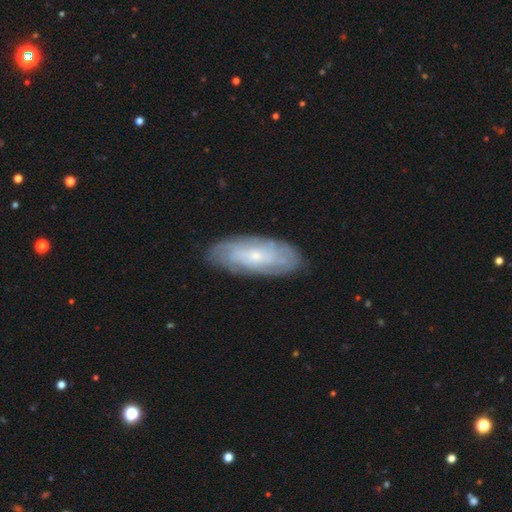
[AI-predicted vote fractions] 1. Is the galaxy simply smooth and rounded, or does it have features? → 63% featured or disk, 30% smooth, 6% star or artifact.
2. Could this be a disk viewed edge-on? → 87% no, 13% yes.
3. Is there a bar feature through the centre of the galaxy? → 72% no, 23% weak, 5% strong.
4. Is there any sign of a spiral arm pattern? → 82% yes, 18% no.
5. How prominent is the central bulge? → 71% small, 25% moderate, 2% none, 2% large, 1% dominant.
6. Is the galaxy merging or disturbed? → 83% none, 13% minor disturbance, 3% major disturbance, 1% merger.